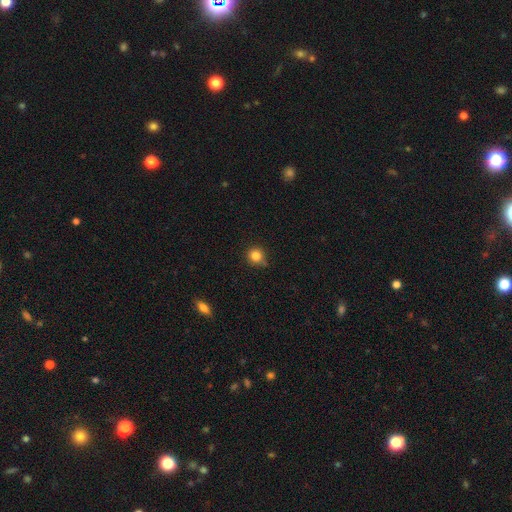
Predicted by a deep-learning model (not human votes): This is clearly a smooth galaxy (83%). How rounded: clearly round (90%). Merging: likely none (73%).